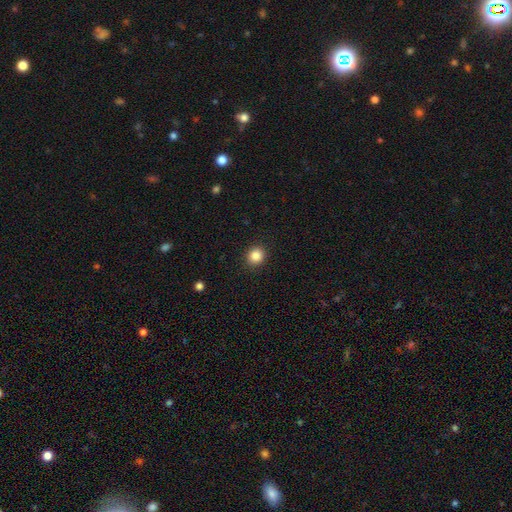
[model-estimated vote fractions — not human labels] Smooth or featured: smooth — 86% (star or artifact — 10%)
How rounded: round — 85% (in between — 14%)
Merging: none — 91% (minor disturbance — 6%)